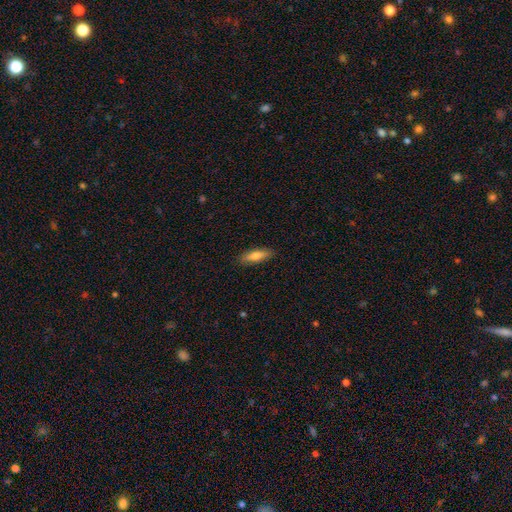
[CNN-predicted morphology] Smooth or featured?
  - smooth: 72% *
  - featured or disk: 22%
  - star or artifact: 6%
How rounded?
  - cigar-shaped: 63% *
  - in between: 35%
  - round: 2%
Merging?
  - none: 89% *
  - minor disturbance: 9%
  - major disturbance: 2%
  - merger: 1%